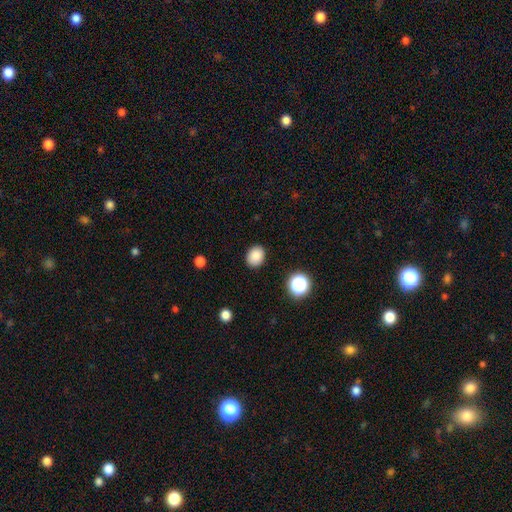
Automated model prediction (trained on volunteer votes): A smooth galaxy with no disk features (86%) that is in between round and cigar-shaped (50%). Merging: none (88%).